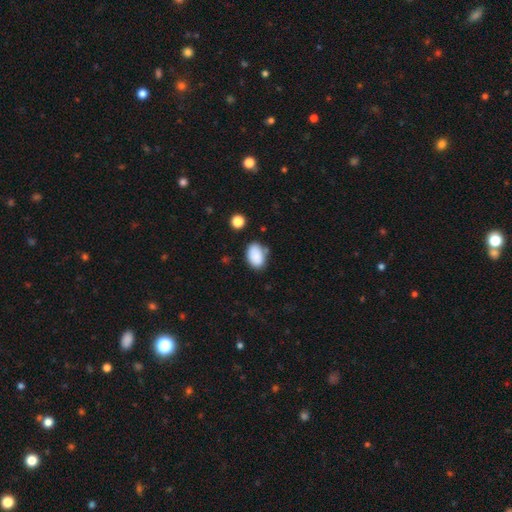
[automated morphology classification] The model was most divided on "merging": none: 69%, minor disturbance: 20%, merger: 7%, major disturbance: 5%. More confident: how rounded — in between (88%); smooth or featured — smooth (87%).